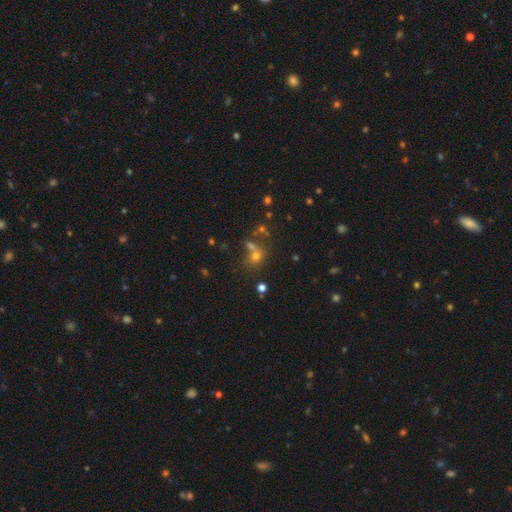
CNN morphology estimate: Smooth or featured? Predicted: smooth (p=0.55). How rounded? Predicted: round (p=0.75). Merging? Predicted: none (p=0.49).